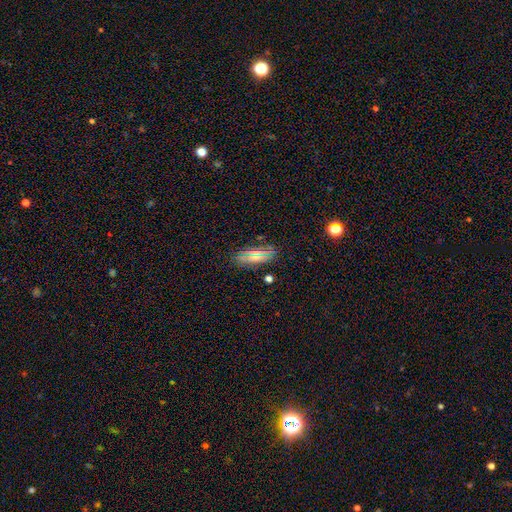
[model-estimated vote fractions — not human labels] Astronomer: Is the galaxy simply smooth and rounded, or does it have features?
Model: smooth — 66%.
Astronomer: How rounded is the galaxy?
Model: in between — 80%.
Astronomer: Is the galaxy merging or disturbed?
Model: none — 83%.